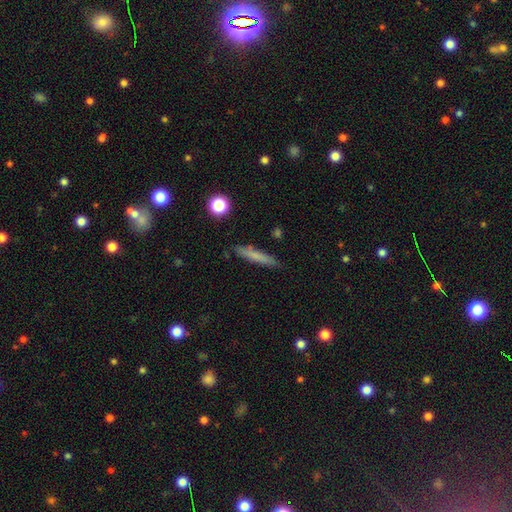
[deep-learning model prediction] Morphology: type=smooth (69%); roundness=cigar-shaped (91%); merging=none (85%).